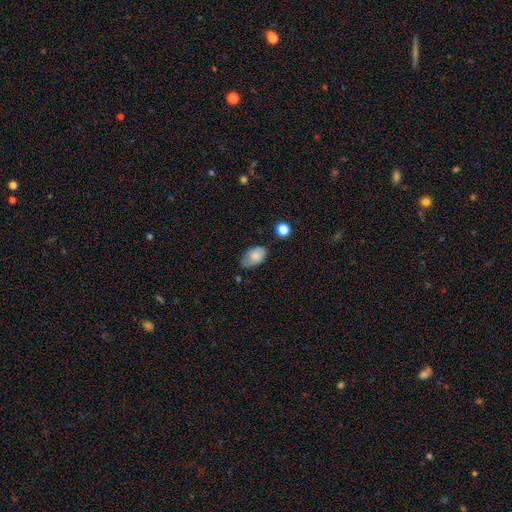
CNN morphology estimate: Smooth or featured?
  - smooth: 77% *
  - featured or disk: 15%
  - star or artifact: 8%
How rounded?
  - in between: 91% *
  - round: 8%
  - cigar-shaped: 1%
Merging?
  - none: 58% *
  - minor disturbance: 33%
  - major disturbance: 7%
  - merger: 3%